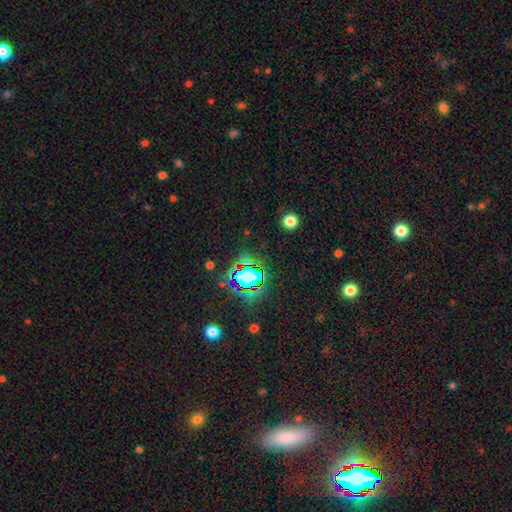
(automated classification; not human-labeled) The model was most divided on "smooth or featured": star or artifact: 79%, smooth: 14%, featured or disk: 8%.